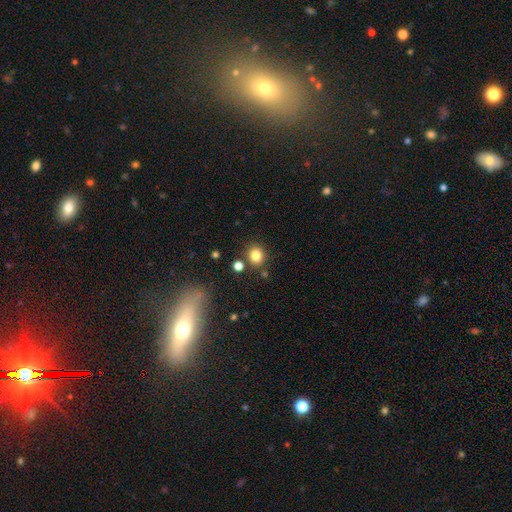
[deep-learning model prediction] This appears to be a smooth galaxy with no disk features (81%) that is round (79%). Merging: none (81%).